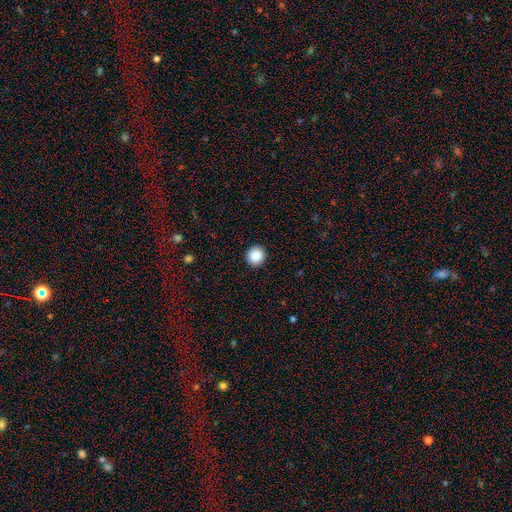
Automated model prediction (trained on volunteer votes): Q: Smooth or featured?
A: smooth (88%); runner-up: star or artifact (9%)
Q: How rounded?
A: round (95%); runner-up: in between (4%)
Q: Merging?
A: none (93%); runner-up: minor disturbance (4%)